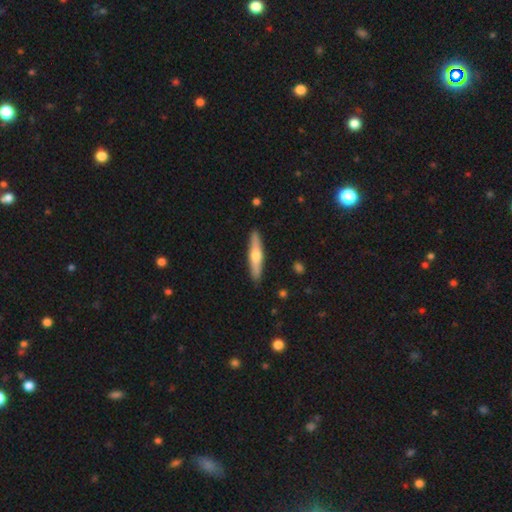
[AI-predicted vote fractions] The model was most divided on "smooth or featured": featured or disk: 48%, smooth: 47%, star or artifact: 5%. More confident: merging — none (91%).